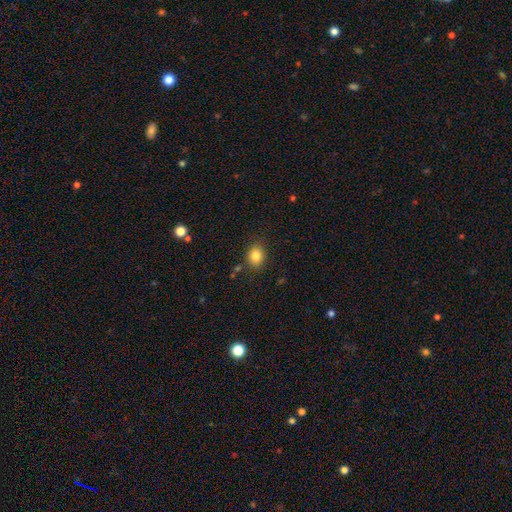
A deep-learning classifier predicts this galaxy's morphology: This is clearly a smooth galaxy (83%). How rounded: possibly round (56%). Merging: clearly none (83%).